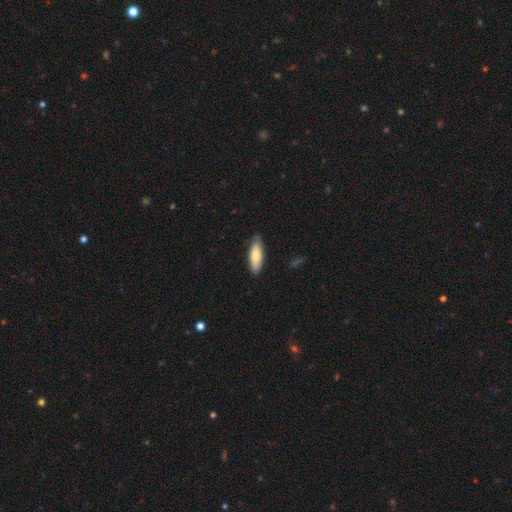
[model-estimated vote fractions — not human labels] The model was most divided on "how rounded": in between: 62%, cigar-shaped: 36%, round: 2%. More confident: merging — none (81%); smooth or featured — smooth (75%).